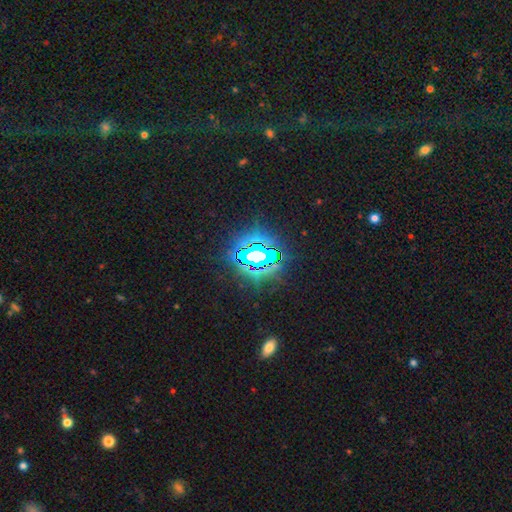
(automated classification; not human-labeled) The model was most divided on "smooth or featured": star or artifact: 73%, smooth: 15%, featured or disk: 12%.